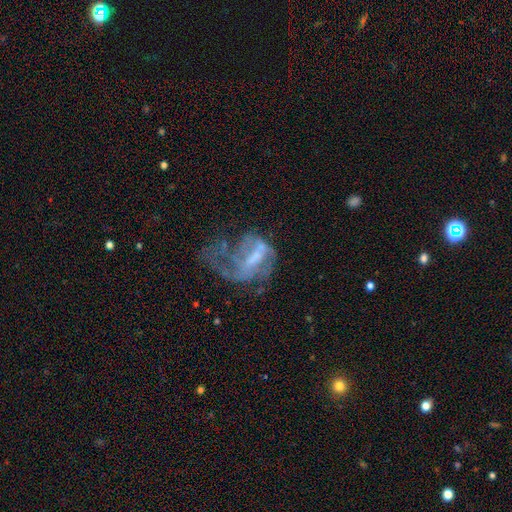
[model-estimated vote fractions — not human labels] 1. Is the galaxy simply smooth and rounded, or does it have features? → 66% featured or disk, 23% smooth, 11% star or artifact.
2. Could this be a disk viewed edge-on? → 97% no, 3% yes.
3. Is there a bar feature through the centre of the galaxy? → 40% no, 38% weak, 21% strong.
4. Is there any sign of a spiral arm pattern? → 54% no, 46% yes.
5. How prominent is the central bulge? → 40% none, 27% moderate, 24% small, 8% large, 2% dominant.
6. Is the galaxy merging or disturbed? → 56% major disturbance, 21% none, 16% minor disturbance, 7% merger.